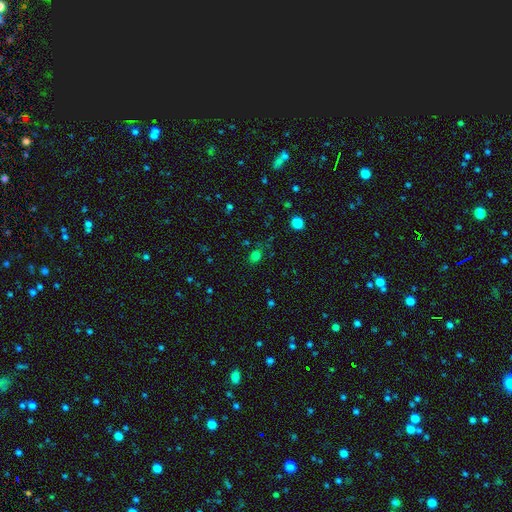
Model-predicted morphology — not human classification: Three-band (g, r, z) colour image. It shows a smooth galaxy with no disk features (72%) that is round (54%). Merging: none (76%).